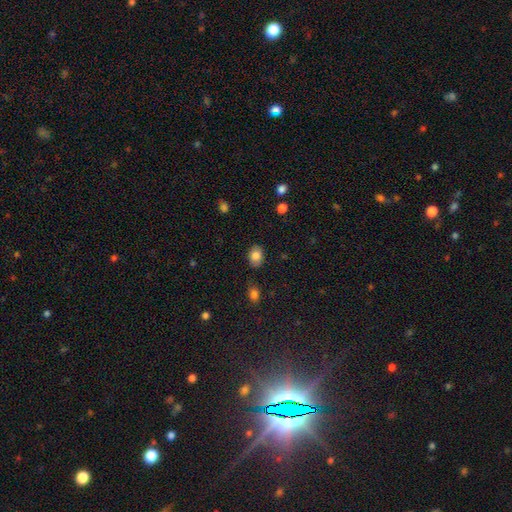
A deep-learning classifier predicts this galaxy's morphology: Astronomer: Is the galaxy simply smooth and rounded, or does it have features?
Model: smooth — 83%.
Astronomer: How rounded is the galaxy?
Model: in between — 74%.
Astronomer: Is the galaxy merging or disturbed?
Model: none — 82%.